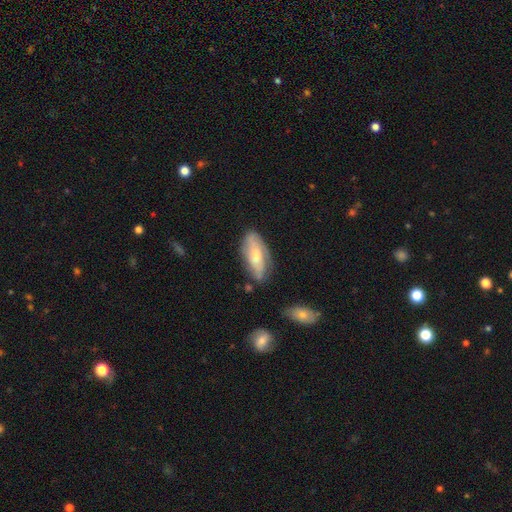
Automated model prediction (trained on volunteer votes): The model was most divided on "smooth or featured": smooth: 50%, featured or disk: 43%, star or artifact: 7%. More confident: how rounded — in between (80%); merging — none (67%).